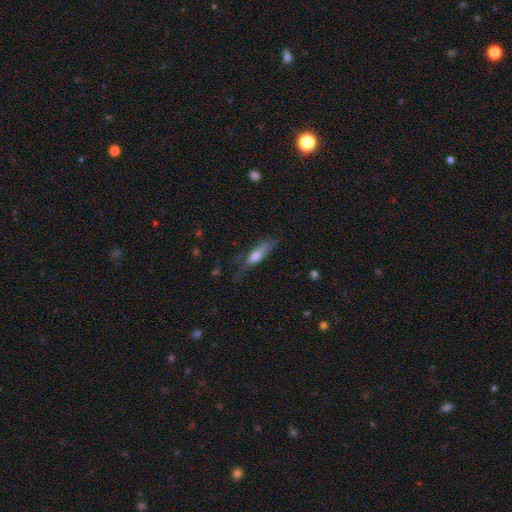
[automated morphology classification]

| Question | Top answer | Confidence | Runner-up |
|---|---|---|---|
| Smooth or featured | smooth | 57% | featured or disk (35%) |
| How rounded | cigar-shaped | 59% | in between (39%) |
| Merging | none | 43% | minor disturbance (30%) |